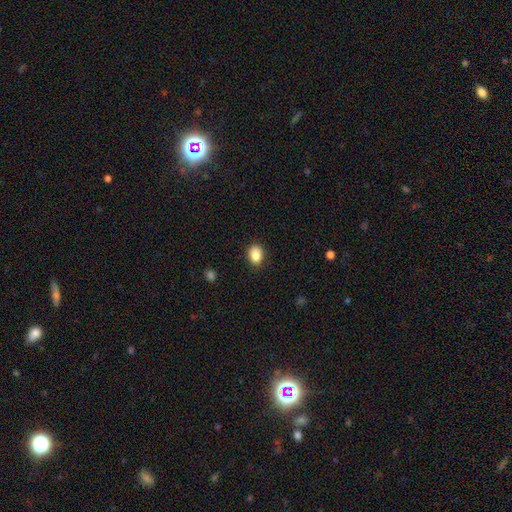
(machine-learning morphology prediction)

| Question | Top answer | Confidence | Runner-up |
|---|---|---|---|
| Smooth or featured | smooth | 87% | star or artifact (8%) |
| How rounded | in between | 71% | round (28%) |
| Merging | none | 87% | minor disturbance (10%) |